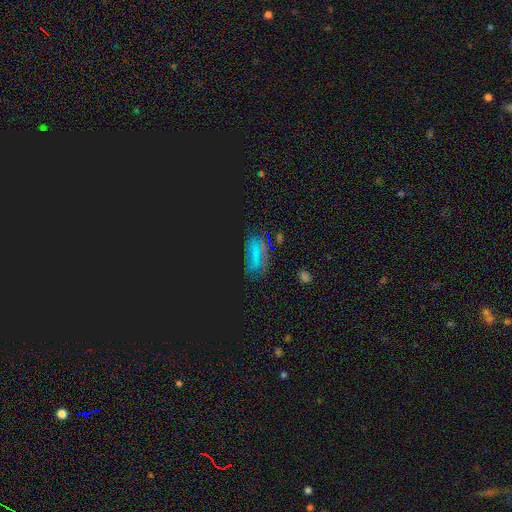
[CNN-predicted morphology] Smooth or featured? star or artifact (55%)